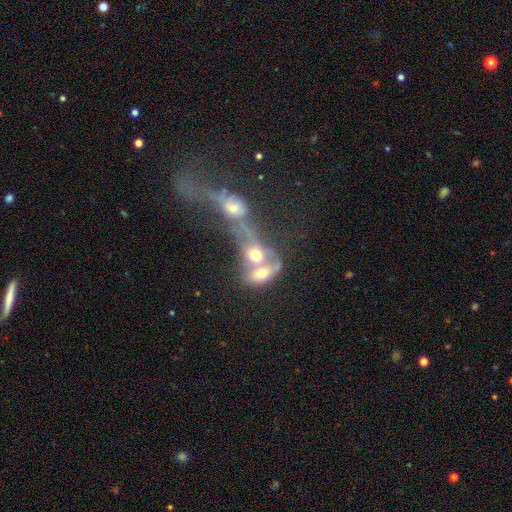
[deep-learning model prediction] Smooth or featured? featured or disk (46%)
Merging? merger (80%)